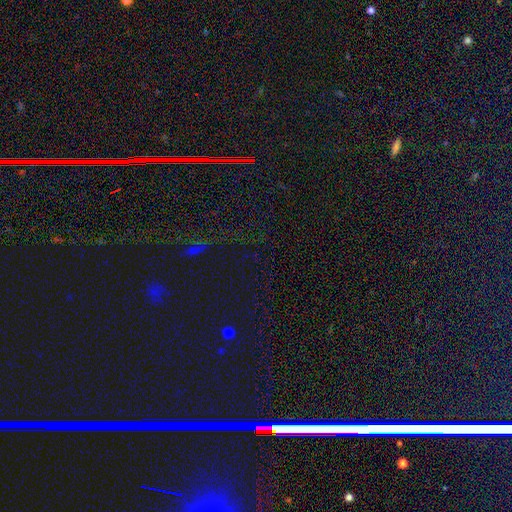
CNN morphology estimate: Smooth or featured? star or artifact (75%)